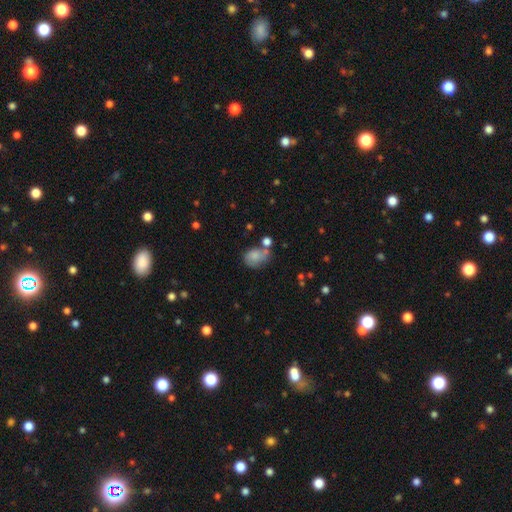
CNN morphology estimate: This appears to be a smooth galaxy with no disk features (73%) that is in between round and cigar-shaped (57%). Merging: none (42%).